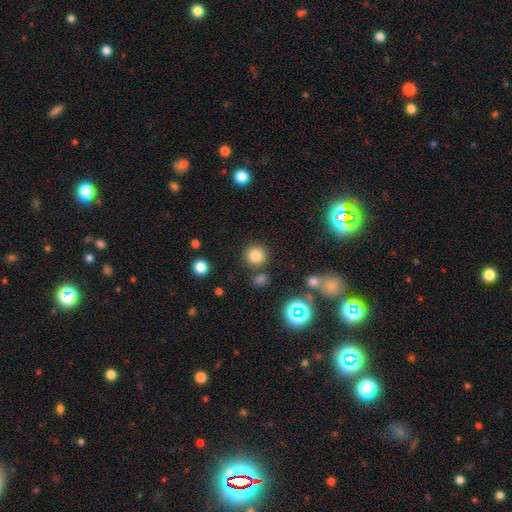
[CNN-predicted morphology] Smooth or featured? Predicted: smooth (p=0.79). How rounded? Predicted: round (p=0.93). Merging? Predicted: none (p=0.83).